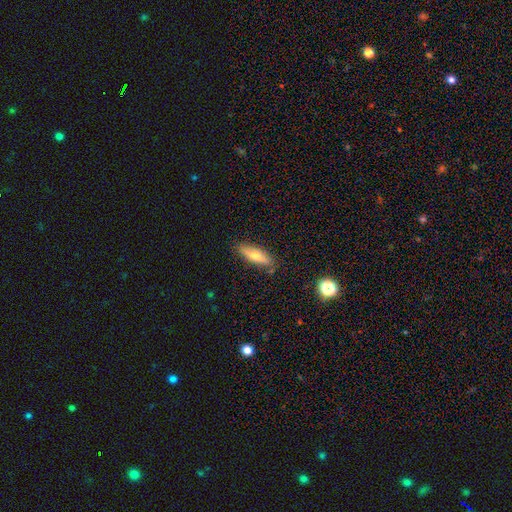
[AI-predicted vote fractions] Smooth or featured? Predicted: smooth (p=0.58). How rounded? Predicted: cigar-shaped (p=0.60). Merging? Predicted: none (p=0.83).